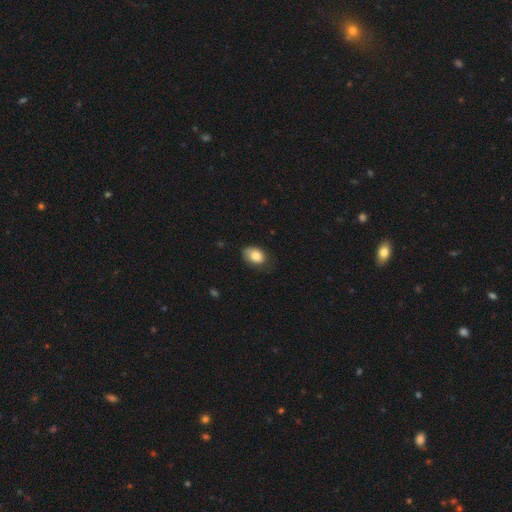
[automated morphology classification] smooth_or_featured: smooth (p=0.81) [alt: featured or disk p=0.11]
how_rounded: in between (p=0.76) [alt: round p=0.23]
merging: none (p=0.67) [alt: minor disturbance p=0.26]